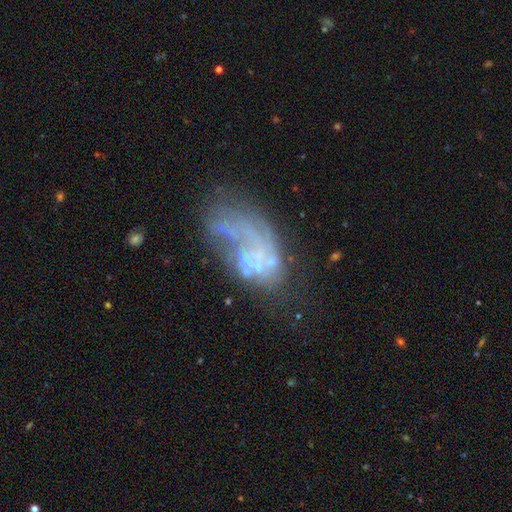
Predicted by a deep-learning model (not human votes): A featured or disk galaxy (65%) with no bar (88%), no spiral arms (75%) and no central bulge (77%).

Vote fractions:
- Smooth or featured? featured or disk: 65% / smooth: 20% / star or artifact: 15%
- Edge-on disk? no: 97% / yes: 3%
- Bar? no: 88% / weak: 9% / strong: 3%
- Spiral arms? no: 75% / yes: 25%
- Bulge size? none: 77% / small: 14% / moderate: 6% / large: 2% / dominant: 1%
- Merging? major disturbance: 40% / none: 30% / minor disturbance: 17% / merger: 13%